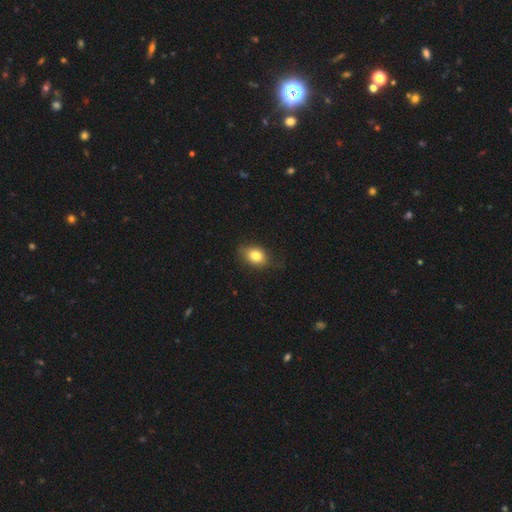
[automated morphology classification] smooth 81%, featured or disk 10%, star or artifact 9%. Down the decision tree: how rounded — in between (73%); merging — none (78%).